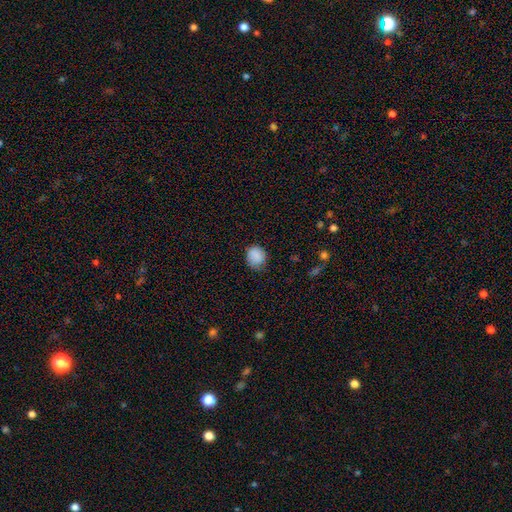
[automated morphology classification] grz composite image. It shows a smooth galaxy with no disk features (86%) that is round (73%). Merging: none (72%).